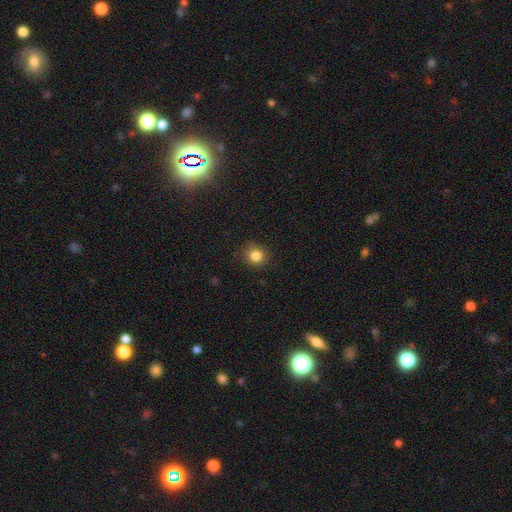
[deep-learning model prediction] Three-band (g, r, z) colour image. It shows a smooth galaxy with no disk features (84%) that is round (87%). Merging: none (88%).